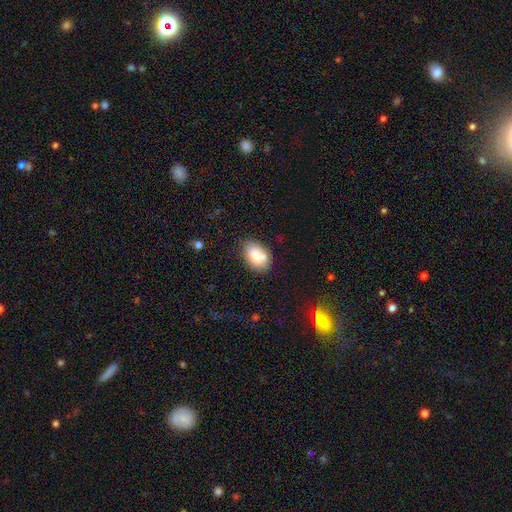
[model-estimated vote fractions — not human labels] Smooth or featured: smooth — 81% (featured or disk — 11%)
How rounded: in between — 85% (round — 14%)
Merging: none — 63% (minor disturbance — 20%)